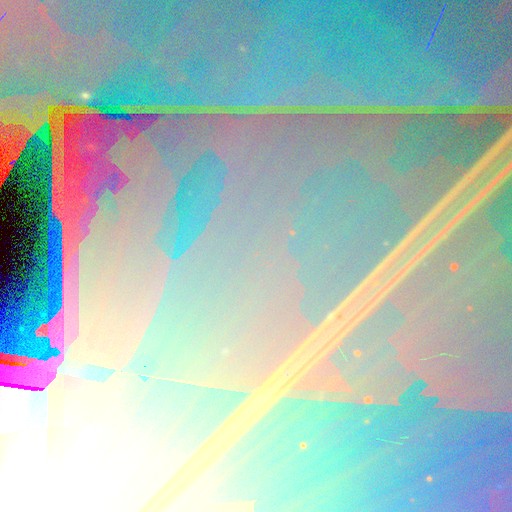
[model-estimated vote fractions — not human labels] star or artifact 87%, featured or disk 7%, smooth 6%.